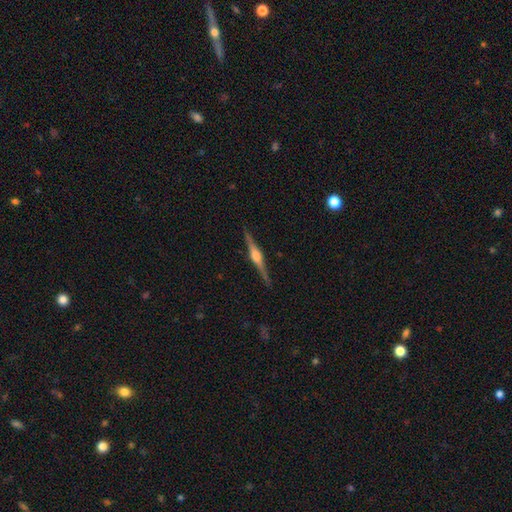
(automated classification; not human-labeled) Smooth or featured?
  - featured or disk: 84% *
  - smooth: 11%
  - star or artifact: 5%
Edge-on disk?
  - yes: 98% *
  - no: 2%
Edge-on bulge?
  - rounded: 88% *
  - boxy: 10%
  - none: 3%
Merging?
  - none: 90% *
  - minor disturbance: 7%
  - major disturbance: 1%
  - merger: 1%